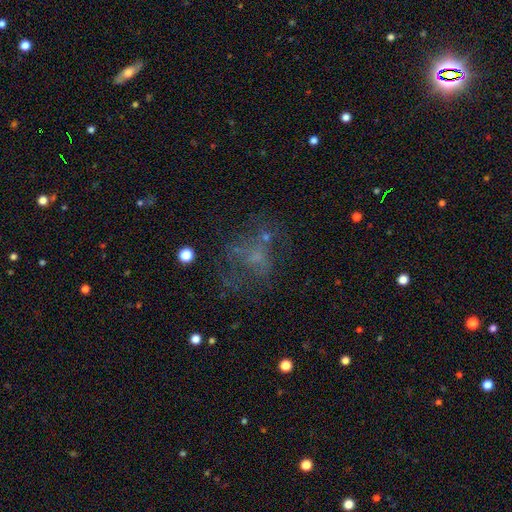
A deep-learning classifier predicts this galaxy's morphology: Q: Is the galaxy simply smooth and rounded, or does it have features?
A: featured or disk — 42%.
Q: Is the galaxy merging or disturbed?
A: none — 46%.